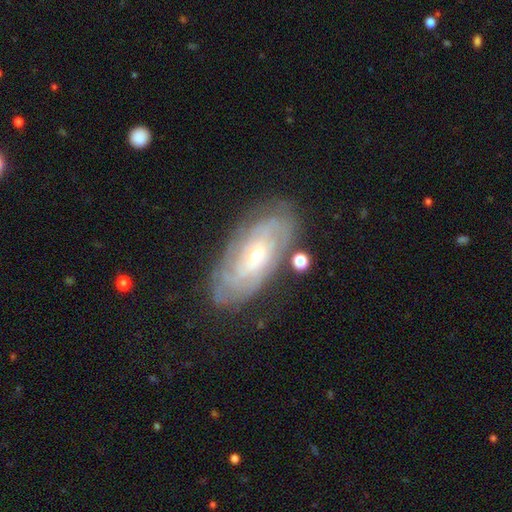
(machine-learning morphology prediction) Overall: featured or disk (80%). Edge-on disk: no (92%). Bar: no (68%). Spiral arms: yes (91%). Spiral arm count: can't tell (50%; 2 16%). Spiral winding: tight (75%). Bulge size: small (72%). Merging: none (77%).